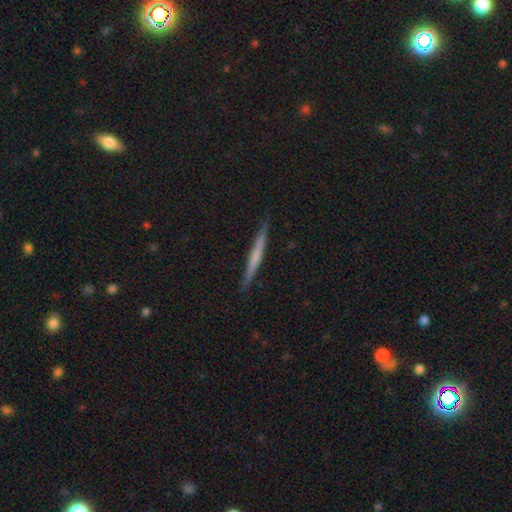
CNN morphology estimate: Smooth or featured? featured or disk (50%)
Merging? none (90%)